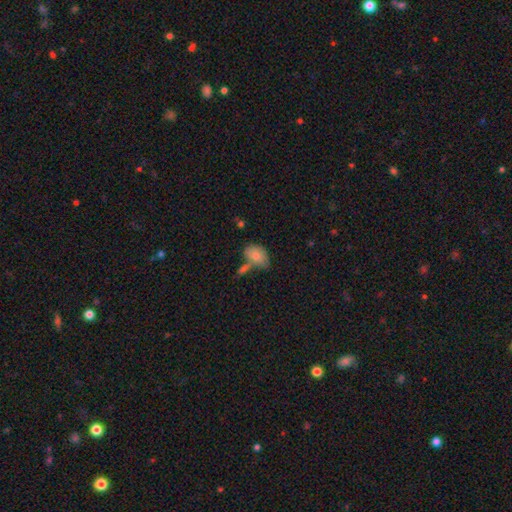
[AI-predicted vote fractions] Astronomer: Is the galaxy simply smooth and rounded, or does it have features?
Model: smooth — 80%.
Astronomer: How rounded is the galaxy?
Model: in between — 86%.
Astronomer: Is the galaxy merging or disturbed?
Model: none — 46% (runner-up: merger, 26%).